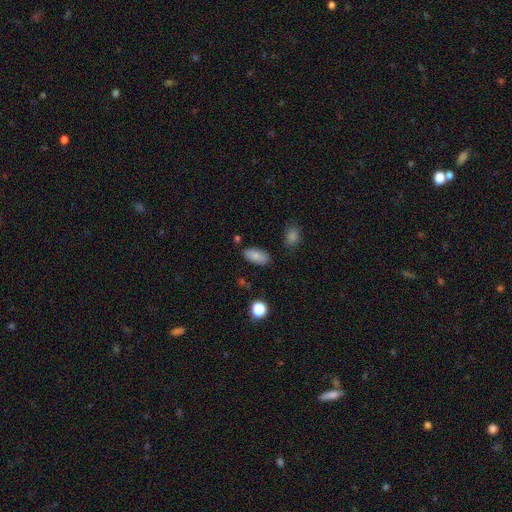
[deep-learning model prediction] A smooth galaxy with no disk features (84%) that is in between round and cigar-shaped (90%). Merging: none (82%).